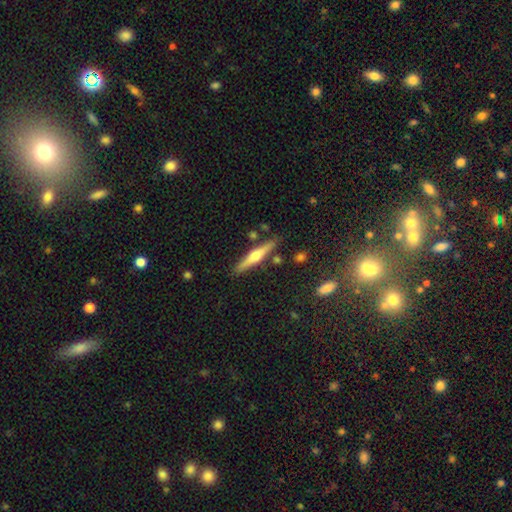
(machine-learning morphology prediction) A featured or disk galaxy (57%) viewed edge-on (96%) with a rounded central bulge (88%).

Vote fractions:
- Smooth or featured? featured or disk: 57% / smooth: 36% / star or artifact: 7%
- Edge-on disk? yes: 96% / no: 4%
- Edge-on bulge? rounded: 88% / none: 7% / boxy: 5%
- Merging? none: 84% / minor disturbance: 10% / merger: 4% / major disturbance: 2%